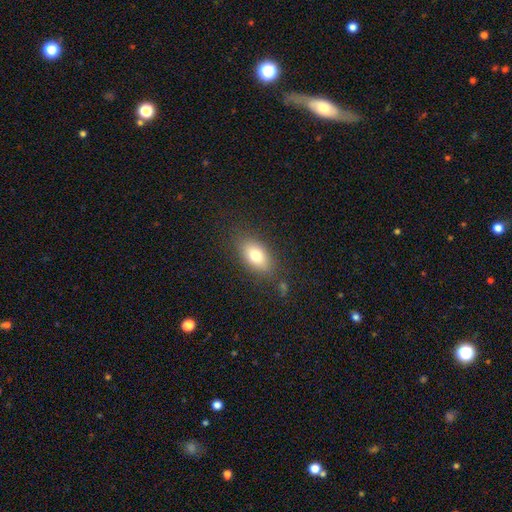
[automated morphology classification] A smooth galaxy with no disk features (76%) that is in between round and cigar-shaped (86%).

Vote fractions:
- Smooth or featured? smooth: 76% / featured or disk: 15% / star or artifact: 9%
- How rounded? in between: 86% / round: 8% / cigar-shaped: 6%
- Merging? none: 81% / minor disturbance: 13% / major disturbance: 4% / merger: 2%